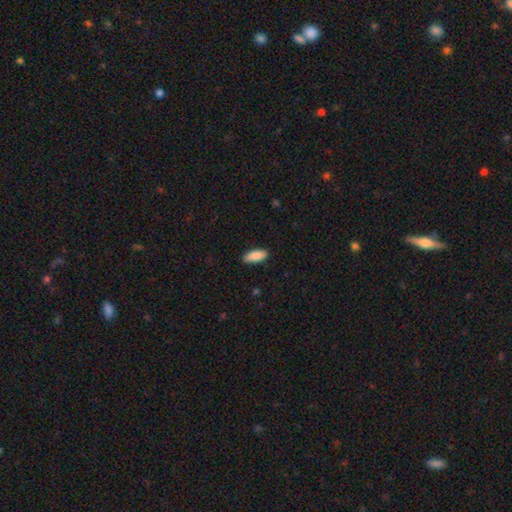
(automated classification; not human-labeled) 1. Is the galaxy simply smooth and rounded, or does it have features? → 90% smooth, 6% star or artifact, 4% featured or disk.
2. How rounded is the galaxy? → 82% in between, 16% cigar-shaped, 2% round.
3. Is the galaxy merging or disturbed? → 89% none, 9% minor disturbance, 2% major disturbance, 1% merger.